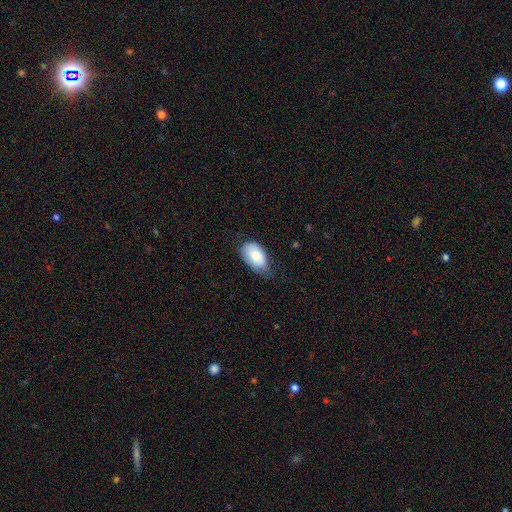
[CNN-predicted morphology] Smooth or featured: smooth — 79% (featured or disk — 15%)
How rounded: in between — 93% (round — 6%)
Merging: none — 46% (minor disturbance — 42%)